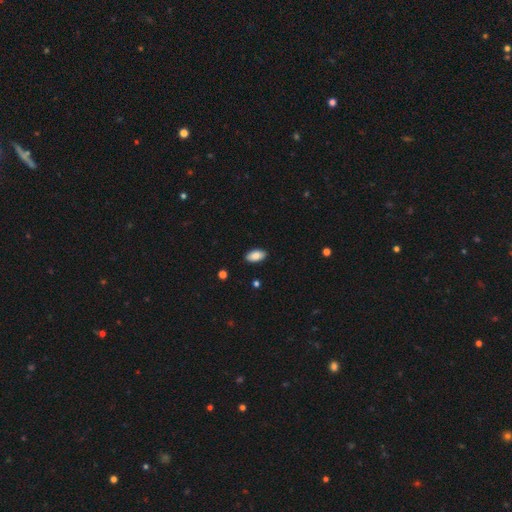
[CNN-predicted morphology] smooth-or-featured: smooth: 88% | star or artifact: 7% | featured or disk: 5%
  how-rounded: in between: 95% | cigar-shaped: 3% | round: 3%
  merging: none: 89% | minor disturbance: 8% | major disturbance: 2% | merger: 1%